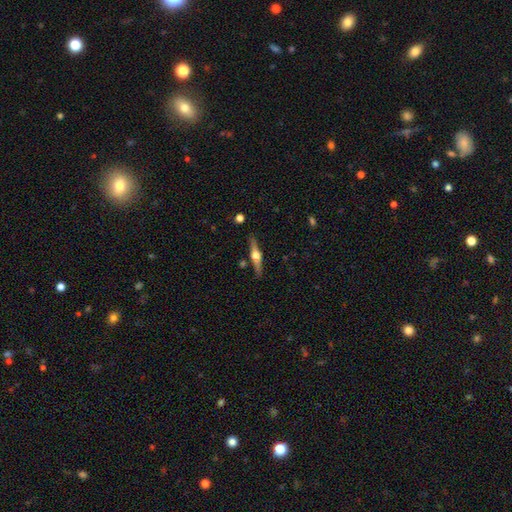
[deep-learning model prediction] Smooth or featured? featured or disk (76%)
Edge-on disk? yes (97%)
Edge-on bulge? rounded (96%)
Merging? none (87%)